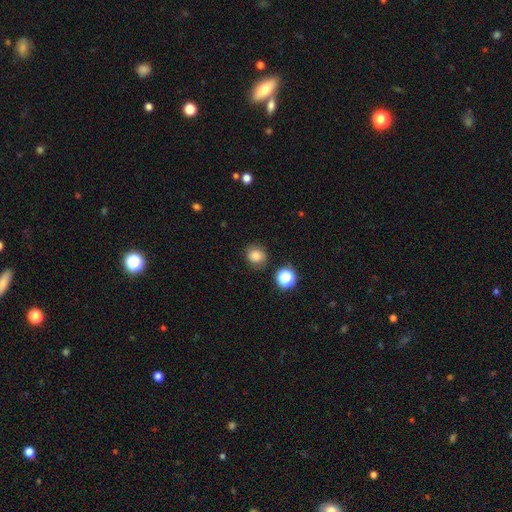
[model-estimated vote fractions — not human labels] The model was most divided on "how rounded": round: 79%, in between: 20%, cigar-shaped: 1%. More confident: merging — none (80%); smooth or featured — smooth (77%).